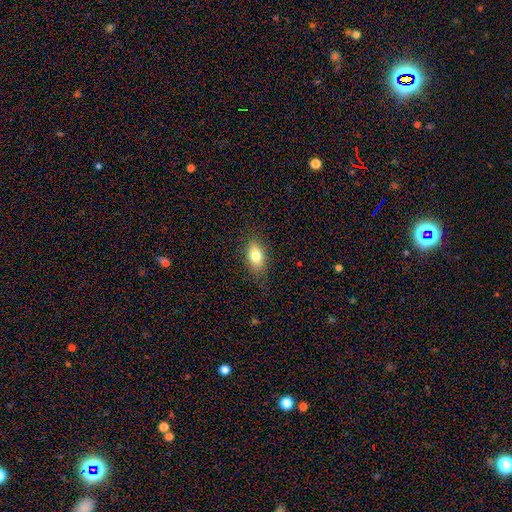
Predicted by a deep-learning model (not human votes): A smooth galaxy with no disk features (80%) that is in between round and cigar-shaped (87%). Merging: none (79%).